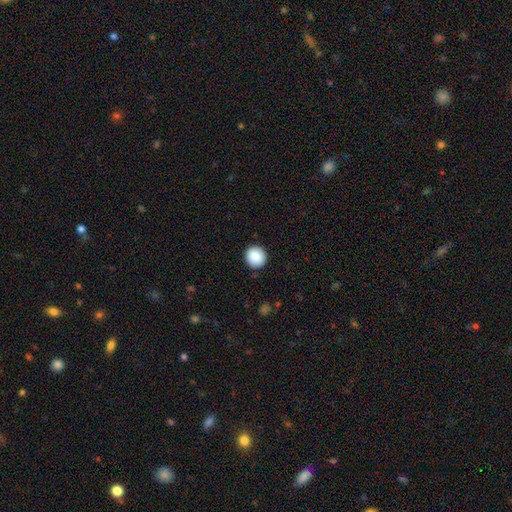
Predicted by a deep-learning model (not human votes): Smooth or featured? smooth (88%)
How rounded? round (94%)
Merging? none (92%)